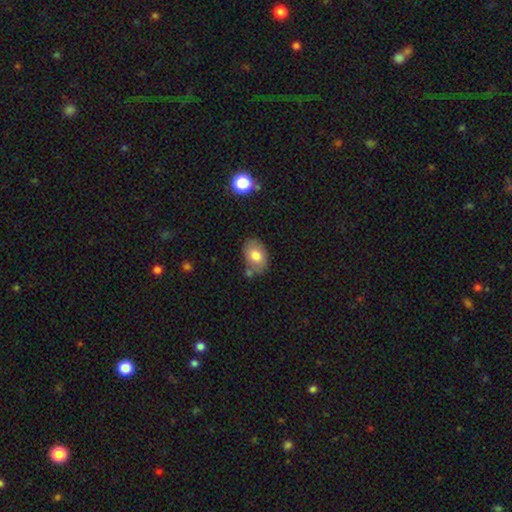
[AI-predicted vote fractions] Smooth or featured? Predicted: smooth (p=0.77). How rounded? Predicted: in between (p=0.83). Merging? Predicted: none (p=0.68).